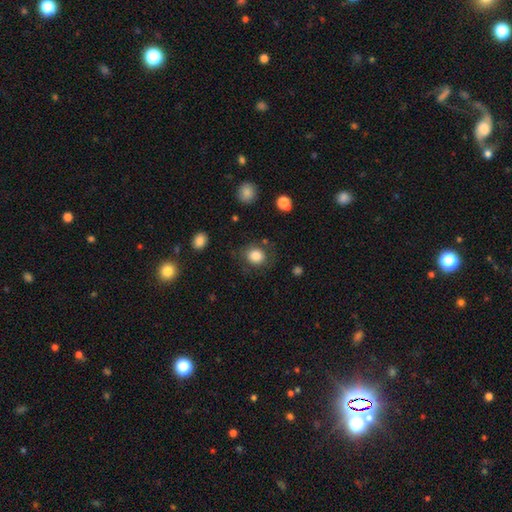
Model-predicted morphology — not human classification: Smooth or featured? smooth (84%)
How rounded? round (75%)
Merging? none (77%)